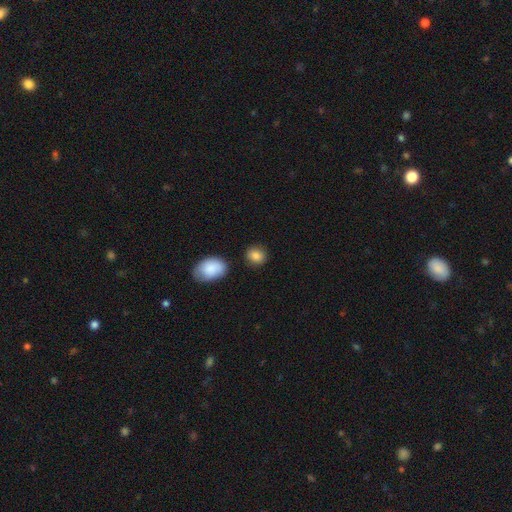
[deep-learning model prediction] Smooth or featured? Predicted: smooth (p=0.86). How rounded? Predicted: round (p=0.66). Merging? Predicted: none (p=0.83).